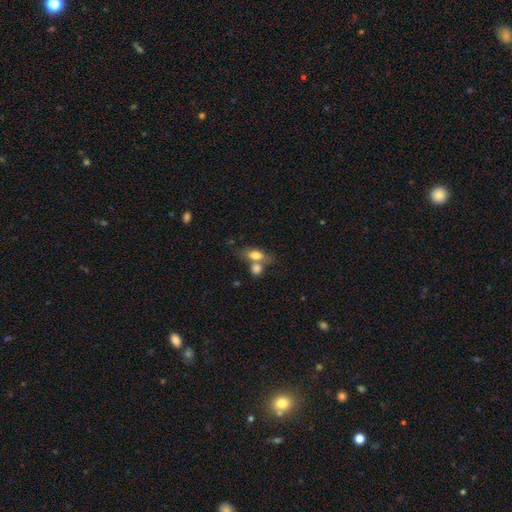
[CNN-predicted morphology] Smooth or featured? smooth (76%)
How rounded? in between (78%)
Merging? merger (45%)